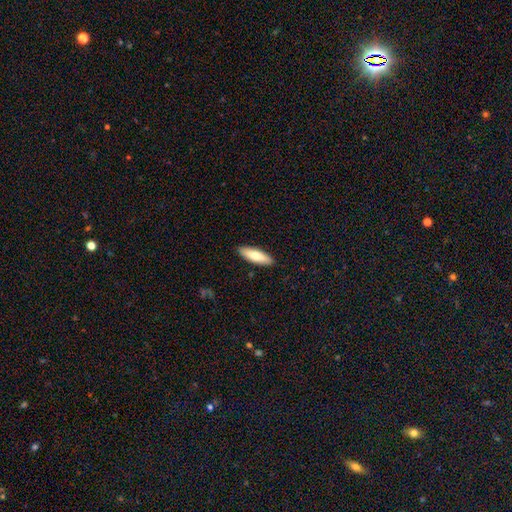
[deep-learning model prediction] smooth_or_featured: smooth (p=0.76) [alt: featured or disk p=0.19]
how_rounded: in between (p=0.49) [tied with: cigar-shaped p=0.49]
merging: none (p=0.90) [alt: minor disturbance p=0.08]